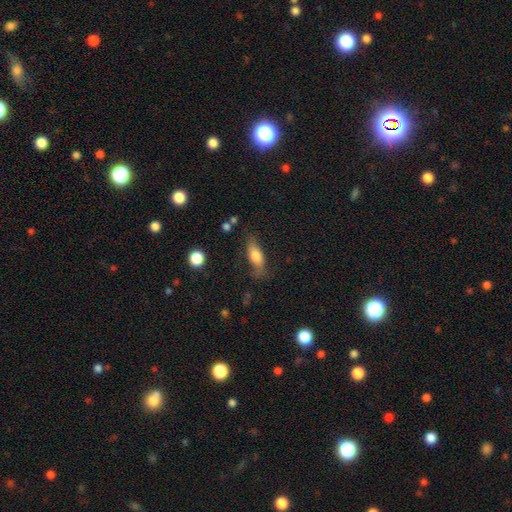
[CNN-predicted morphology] Q: Smooth or featured?
A: smooth (71%); runner-up: featured or disk (22%)
Q: How rounded?
A: in between (72%); runner-up: cigar-shaped (25%)
Q: Merging?
A: none (67%); runner-up: minor disturbance (23%)